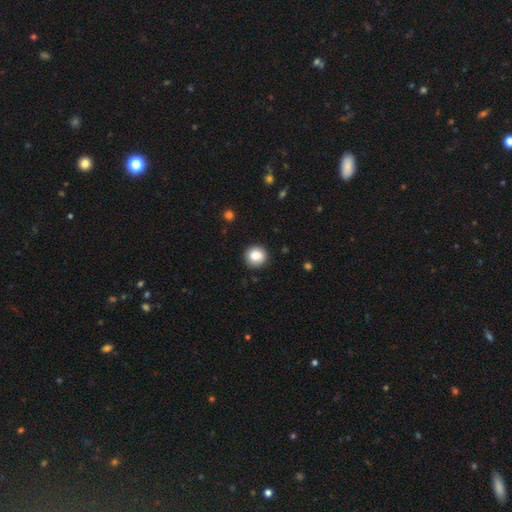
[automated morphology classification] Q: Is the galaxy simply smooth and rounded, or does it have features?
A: smooth — 86%.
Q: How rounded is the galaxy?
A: round — 91%.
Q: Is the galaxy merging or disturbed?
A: none — 89%.